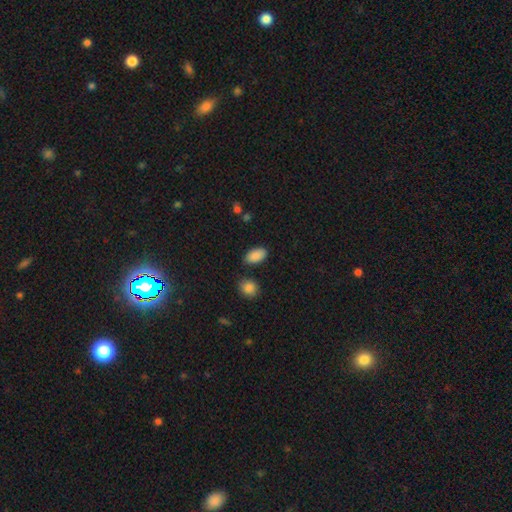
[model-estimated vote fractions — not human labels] smooth-or-featured: smooth: 88% | star or artifact: 7% | featured or disk: 5%
  how-rounded: in between: 94% | round: 4% | cigar-shaped: 2%
  merging: none: 80% | minor disturbance: 12% | merger: 5% | major disturbance: 3%